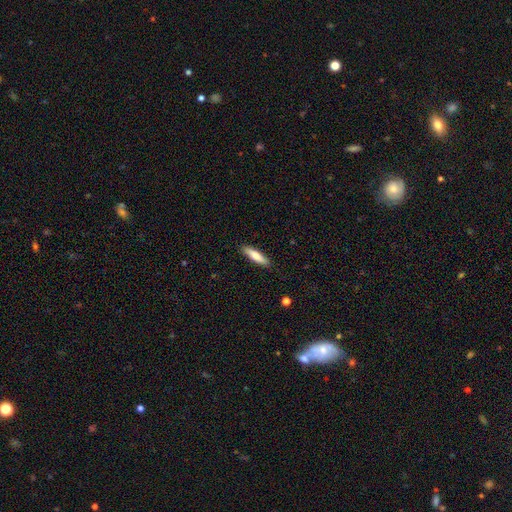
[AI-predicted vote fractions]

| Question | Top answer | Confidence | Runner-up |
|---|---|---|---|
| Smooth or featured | smooth | 72% | featured or disk (22%) |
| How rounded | cigar-shaped | 73% | in between (26%) |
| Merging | none | 89% | minor disturbance (8%) |